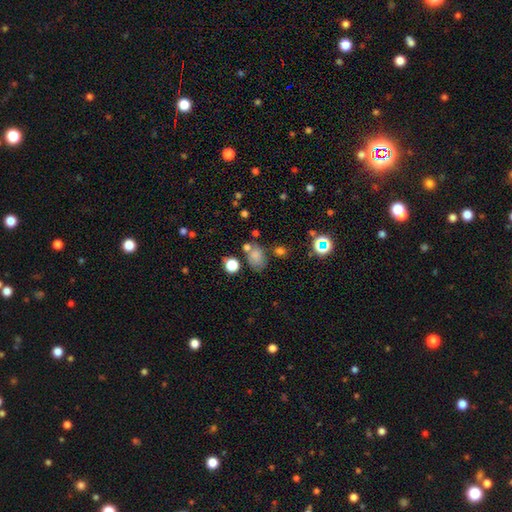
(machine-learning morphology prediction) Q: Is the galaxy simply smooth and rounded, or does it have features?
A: smooth — 72%.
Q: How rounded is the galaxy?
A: in between — 66%.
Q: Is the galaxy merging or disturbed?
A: none — 54%.